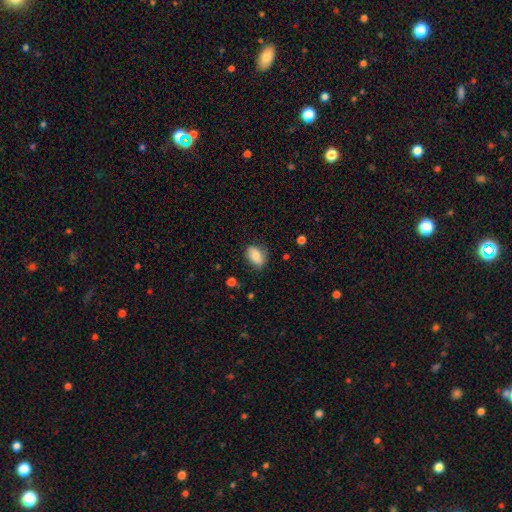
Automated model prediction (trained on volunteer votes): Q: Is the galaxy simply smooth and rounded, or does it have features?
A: smooth — 78%.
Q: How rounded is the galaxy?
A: in between — 81%.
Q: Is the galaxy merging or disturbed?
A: none — 73%.